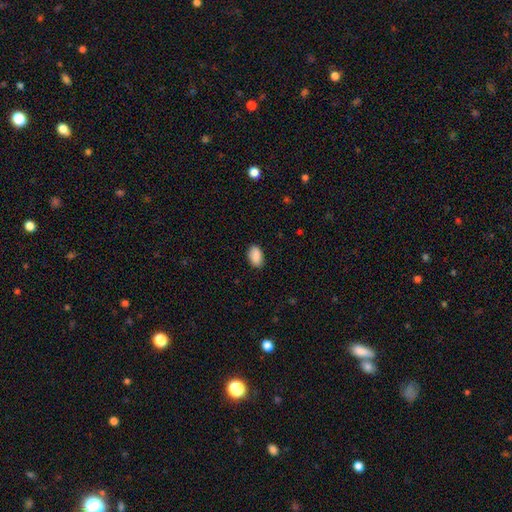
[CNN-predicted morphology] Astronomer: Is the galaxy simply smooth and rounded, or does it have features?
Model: smooth — 89%.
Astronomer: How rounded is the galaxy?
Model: in between — 92%.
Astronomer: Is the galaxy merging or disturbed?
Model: none — 87%.